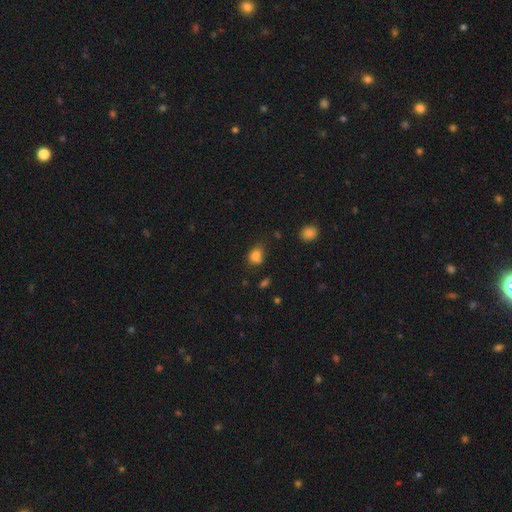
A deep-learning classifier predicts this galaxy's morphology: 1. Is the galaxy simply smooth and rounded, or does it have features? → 83% smooth, 12% star or artifact, 5% featured or disk.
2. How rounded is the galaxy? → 56% in between, 42% round, 1% cigar-shaped.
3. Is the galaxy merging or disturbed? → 57% none, 31% minor disturbance, 9% major disturbance, 4% merger.